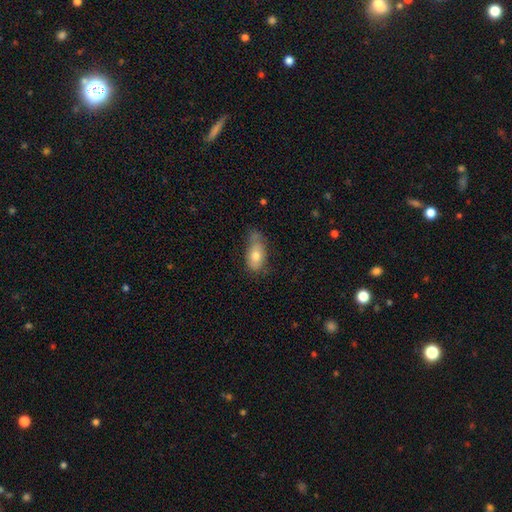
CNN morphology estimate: type=smooth (72%); roundness=in between (86%); merging=none (44%).